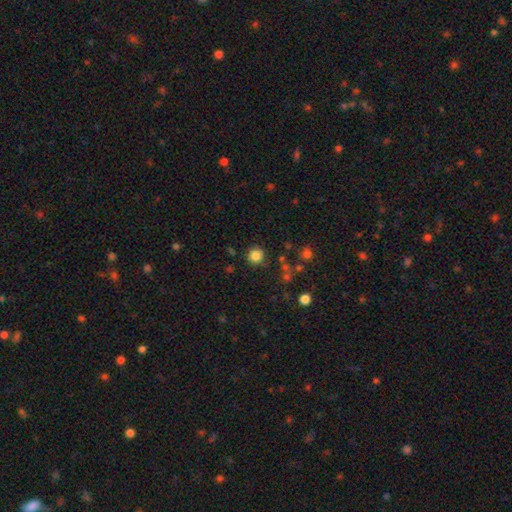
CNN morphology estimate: smooth-or-featured: smooth: 84% | star or artifact: 12% | featured or disk: 5%
  how-rounded: round: 92% | in between: 7% | cigar-shaped: 1%
  merging: none: 86% | minor disturbance: 8% | major disturbance: 3% | merger: 3%